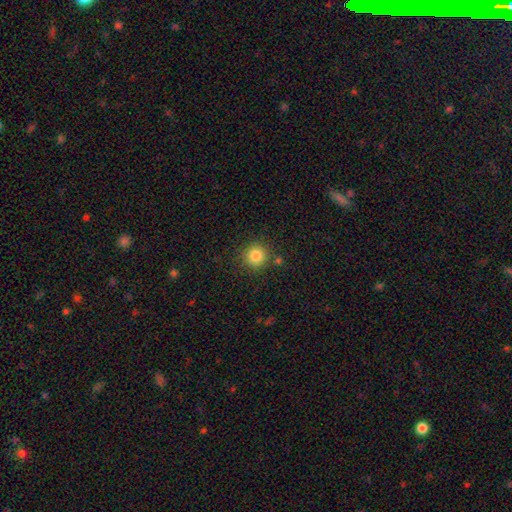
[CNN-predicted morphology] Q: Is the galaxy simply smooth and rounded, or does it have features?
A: smooth — 84%.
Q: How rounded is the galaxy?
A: round — 93%.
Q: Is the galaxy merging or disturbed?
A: none — 84%.